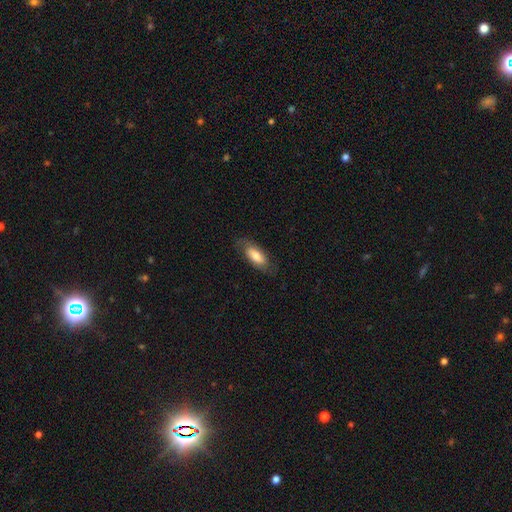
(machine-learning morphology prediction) Smooth or featured? smooth (68%)
How rounded? in between (81%)
Merging? none (76%)